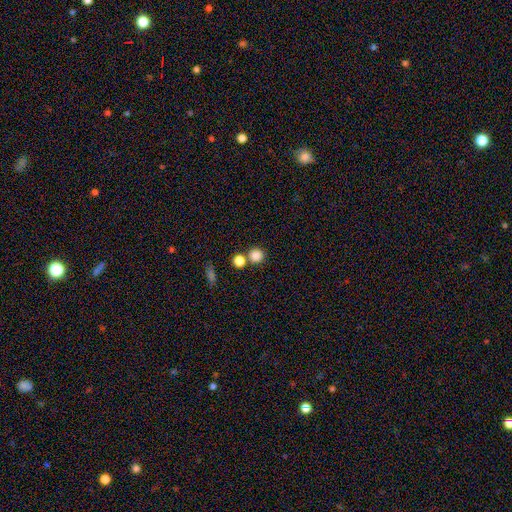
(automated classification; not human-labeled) This appears to be a smooth galaxy with no disk features (84%) that is round (91%). Merging: none (71%).